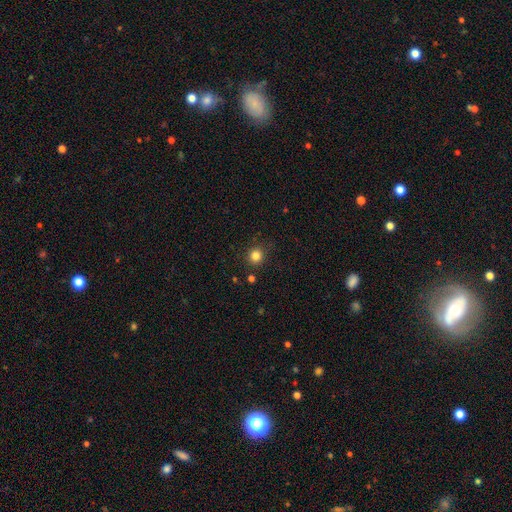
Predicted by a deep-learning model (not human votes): This appears to be a smooth galaxy with no disk features (82%) that is round (92%). Merging: none (87%).